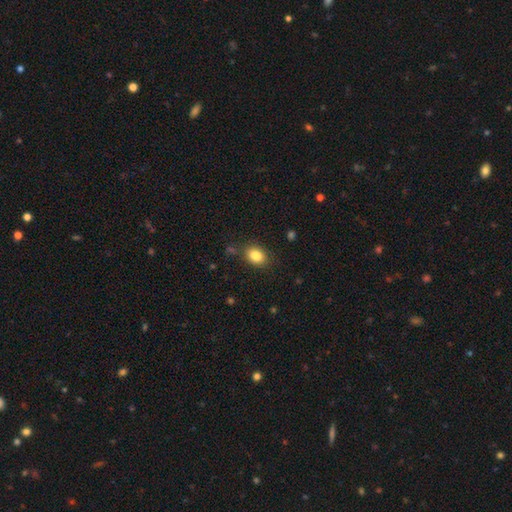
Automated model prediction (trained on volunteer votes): Q: Smooth or featured?
A: smooth (84%); runner-up: star or artifact (10%)
Q: How rounded?
A: in between (62%); runner-up: round (37%)
Q: Merging?
A: none (83%); runner-up: minor disturbance (11%)